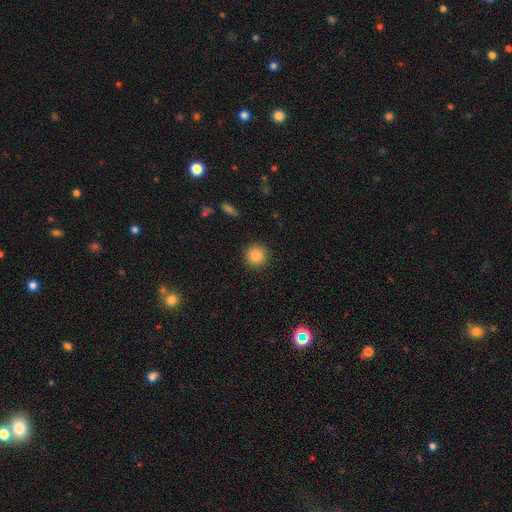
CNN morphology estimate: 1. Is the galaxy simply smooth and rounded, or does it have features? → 84% smooth, 10% star or artifact, 6% featured or disk.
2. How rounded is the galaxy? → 95% round, 4% in between, 1% cigar-shaped.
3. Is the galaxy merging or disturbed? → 92% none, 5% minor disturbance, 2% major disturbance, 1% merger.